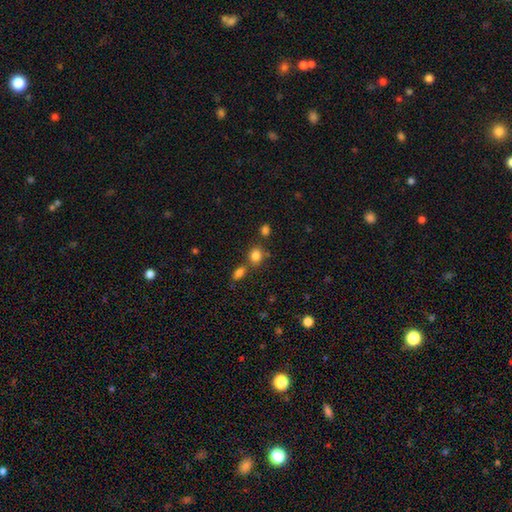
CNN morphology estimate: Q: Smooth or featured?
A: smooth (81%); runner-up: star or artifact (12%)
Q: How rounded?
A: round (64%); runner-up: in between (35%)
Q: Merging?
A: none (63%); runner-up: merger (22%)